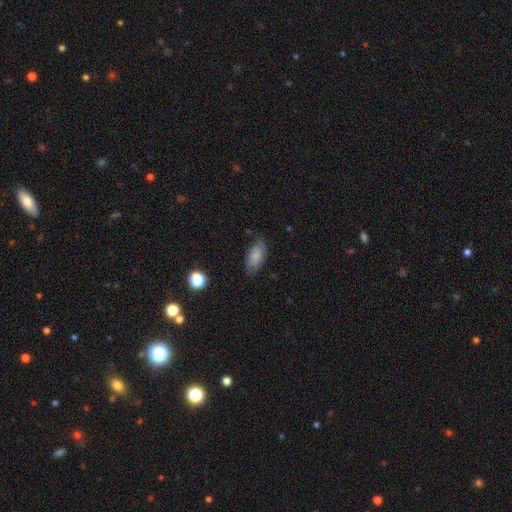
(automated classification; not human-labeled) Smooth or featured? smooth (82%)
How rounded? in between (90%)
Merging? none (73%)